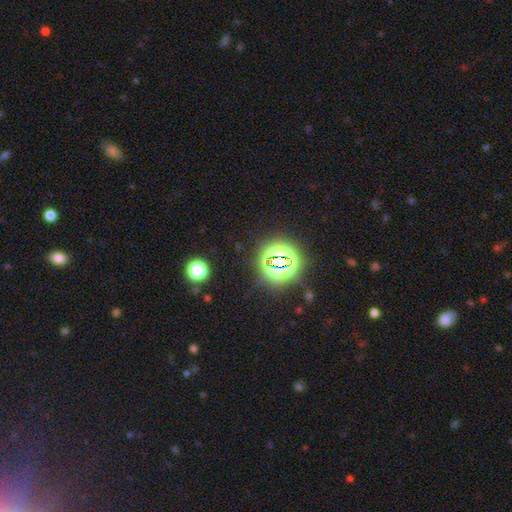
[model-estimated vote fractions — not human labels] Smooth or featured? Predicted: star or artifact (p=0.81).